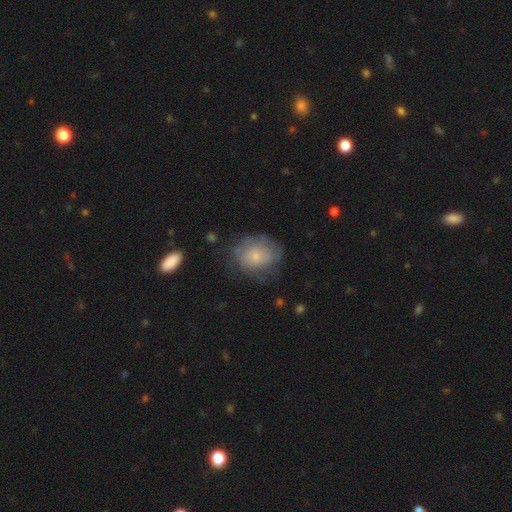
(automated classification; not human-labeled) Q: Smooth or featured?
A: smooth (61%); runner-up: featured or disk (31%)
Q: How rounded?
A: round (56%); runner-up: in between (43%)
Q: Merging?
A: none (56%); runner-up: minor disturbance (26%)